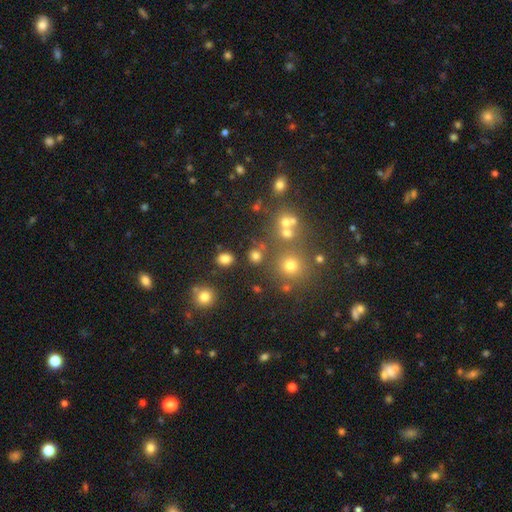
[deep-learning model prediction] A smooth galaxy with no disk features (74%) that is round (79%). Merging: none (80%).